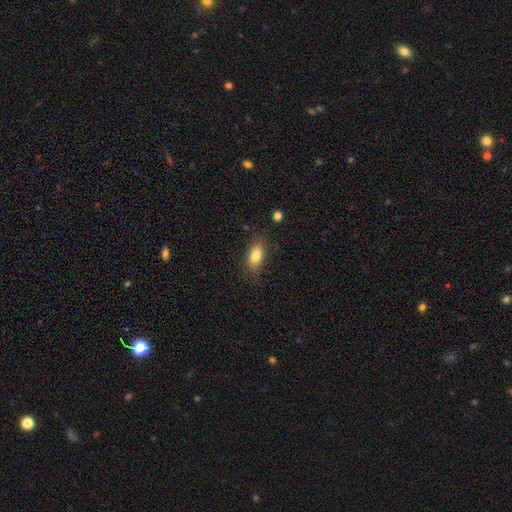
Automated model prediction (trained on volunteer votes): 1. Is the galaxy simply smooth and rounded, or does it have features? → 82% smooth, 10% featured or disk, 8% star or artifact.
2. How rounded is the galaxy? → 86% in between, 7% cigar-shaped, 6% round.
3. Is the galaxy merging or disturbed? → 81% none, 14% minor disturbance, 4% major disturbance, 2% merger.